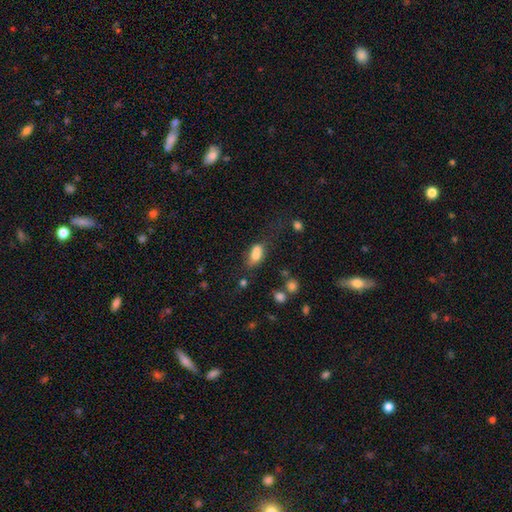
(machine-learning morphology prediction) The model was most divided on "merging": merger: 38%, none: 32%, minor disturbance: 19%, major disturbance: 11%. More confident: how rounded — in between (79%); smooth or featured — smooth (72%).